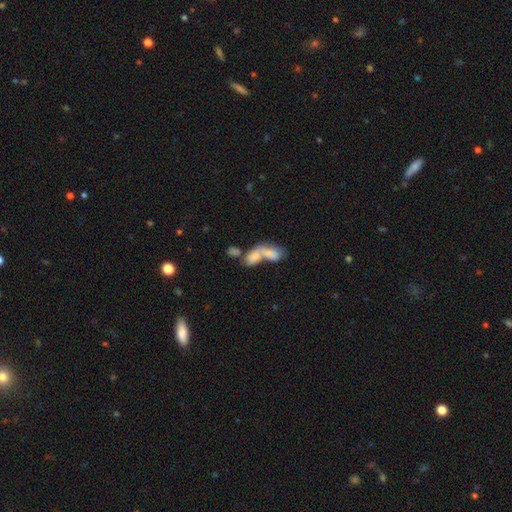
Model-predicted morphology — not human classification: smooth_or_featured: smooth (p=0.63) [alt: featured or disk p=0.24]
how_rounded: in between (p=0.76) [alt: round p=0.13]
merging: merger (p=0.74) [alt: none p=0.14]